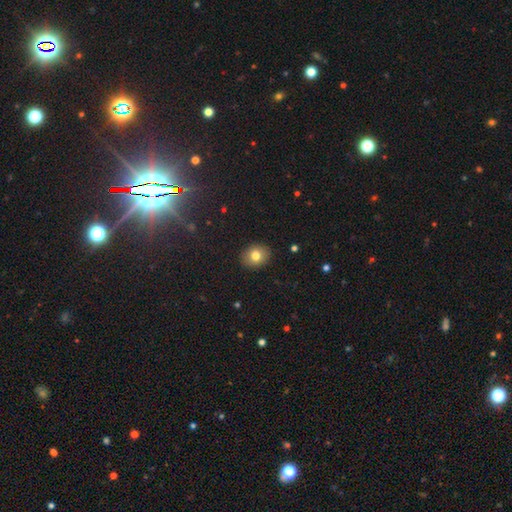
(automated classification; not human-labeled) A smooth galaxy with no disk features (79%) that is round (56%). Merging: none (90%).